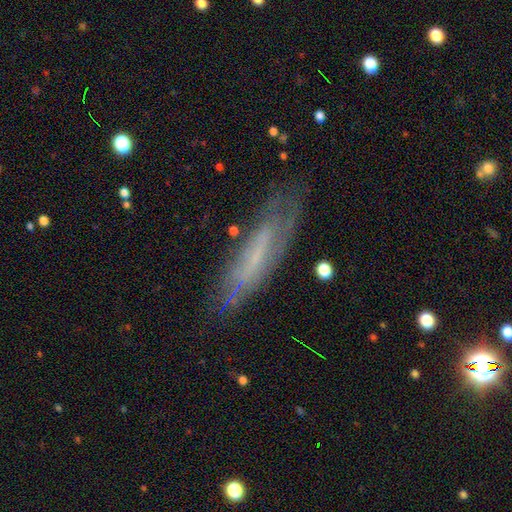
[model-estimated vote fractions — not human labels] Smooth or featured: featured or disk — 56% (smooth — 35%)
Edge-on disk: yes — 54% (no — 46%)
Merging: none — 70% (minor disturbance — 21%)